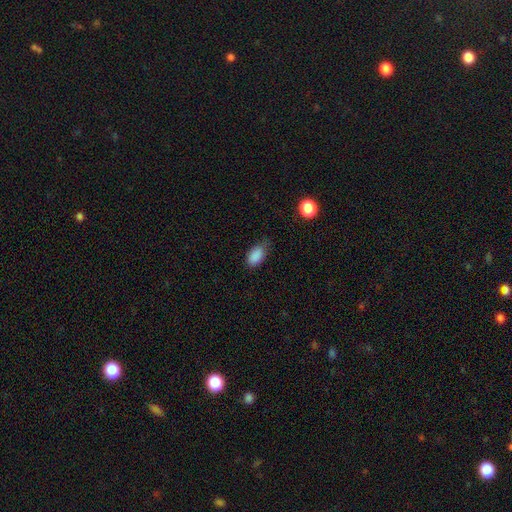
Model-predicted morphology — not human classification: type=smooth (88%); roundness=in between (91%); merging=none (61%).